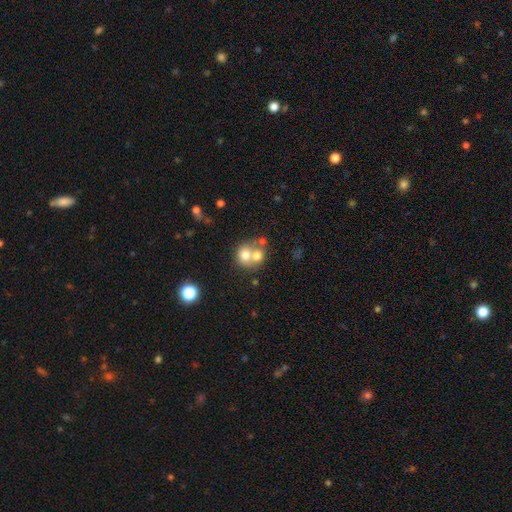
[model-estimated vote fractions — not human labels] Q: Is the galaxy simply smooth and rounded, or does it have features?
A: smooth — 68%.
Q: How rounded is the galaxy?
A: round — 76%.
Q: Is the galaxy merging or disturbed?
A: merger — 61%.